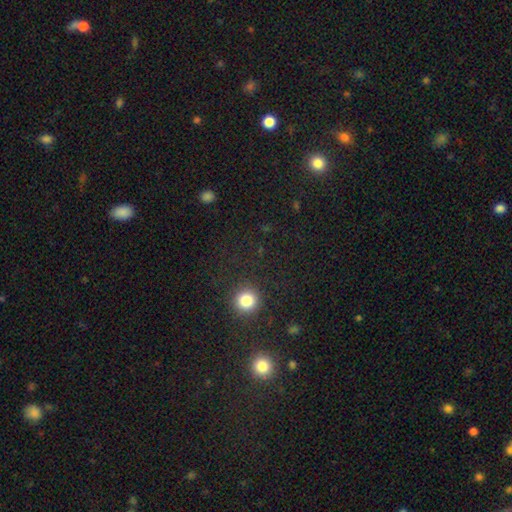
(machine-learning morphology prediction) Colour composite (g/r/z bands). It shows a smooth galaxy with no disk features (49%). Merging: none (85%).